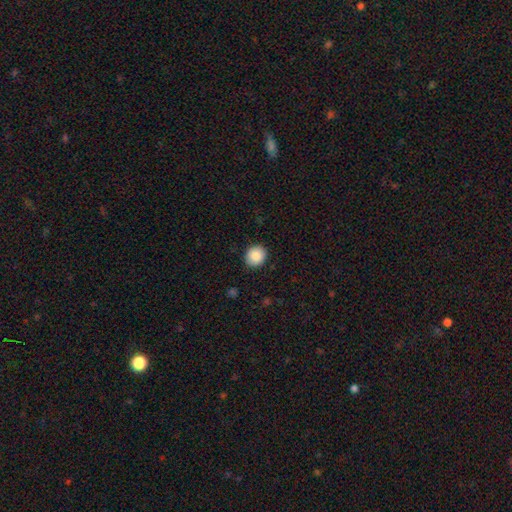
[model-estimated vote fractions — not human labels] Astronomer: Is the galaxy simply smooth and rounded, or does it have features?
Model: smooth — 88%.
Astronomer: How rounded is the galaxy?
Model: round — 81%.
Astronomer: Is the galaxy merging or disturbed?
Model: none — 90%.